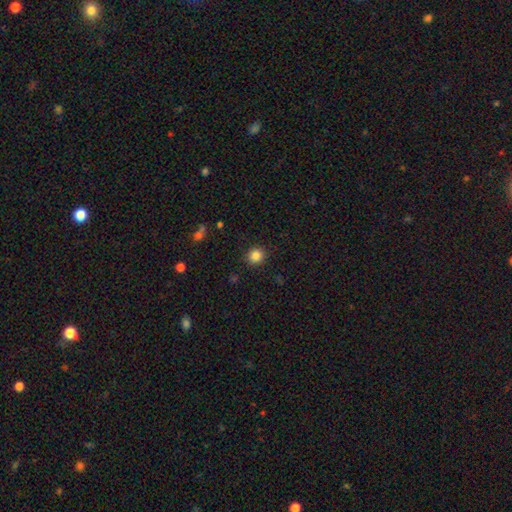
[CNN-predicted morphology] A smooth galaxy with no disk features (85%) that is round (89%). Merging: none (91%).